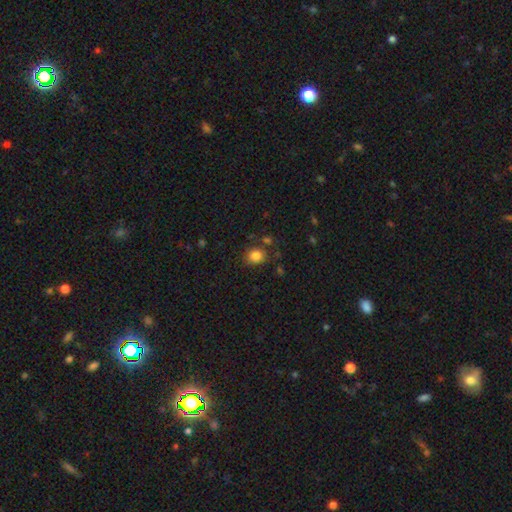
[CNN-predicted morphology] Smooth or featured?
  - smooth: 84% *
  - star or artifact: 11%
  - featured or disk: 5%
How rounded?
  - round: 69% *
  - in between: 30%
  - cigar-shaped: 1%
Merging?
  - none: 80% *
  - minor disturbance: 11%
  - merger: 6%
  - major disturbance: 4%